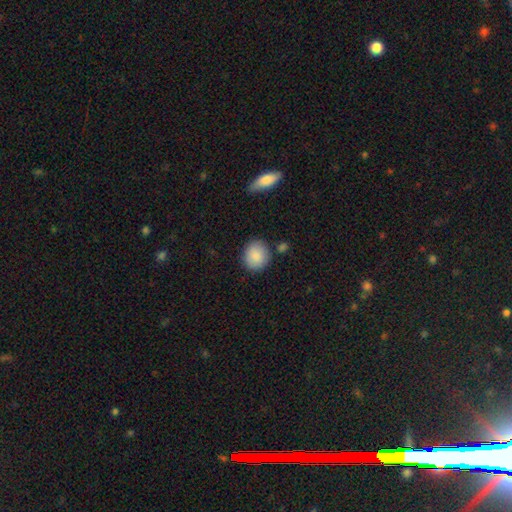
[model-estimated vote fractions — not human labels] Smooth or featured: smooth — 88% (star or artifact — 7%)
How rounded: round — 75% (in between — 24%)
Merging: none — 80% (minor disturbance — 12%)